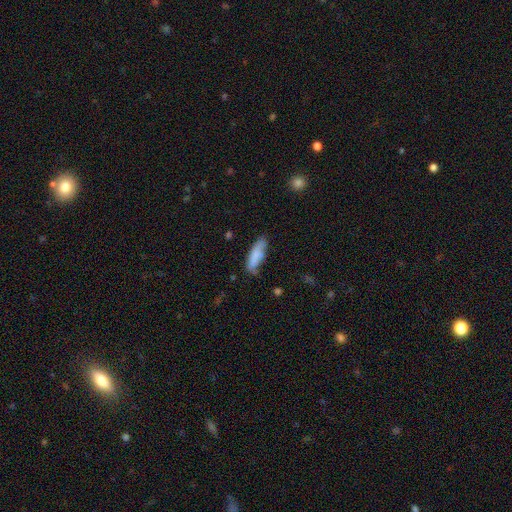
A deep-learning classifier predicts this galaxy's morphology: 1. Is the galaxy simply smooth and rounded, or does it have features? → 80% smooth, 13% featured or disk, 7% star or artifact.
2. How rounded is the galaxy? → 51% cigar-shaped, 47% in between, 2% round.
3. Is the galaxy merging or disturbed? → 61% none, 28% minor disturbance, 7% major disturbance, 4% merger.